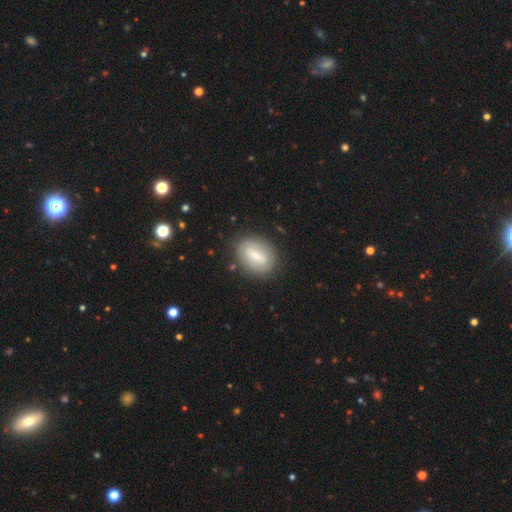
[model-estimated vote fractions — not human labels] The model was most divided on "smooth or featured": smooth: 56%, featured or disk: 37%, star or artifact: 7%. More confident: merging — none (80%); how rounded — in between (75%).